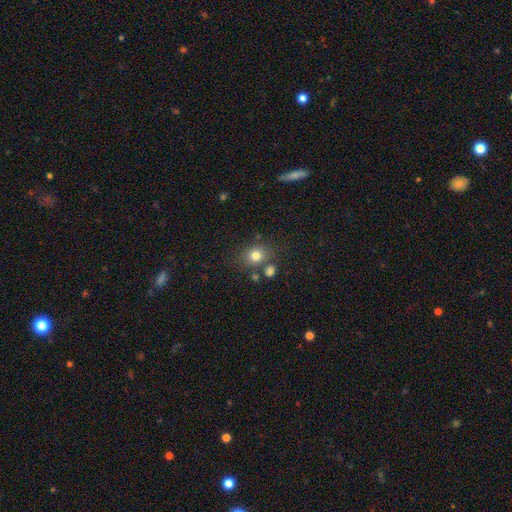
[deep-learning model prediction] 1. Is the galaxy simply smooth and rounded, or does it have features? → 78% smooth, 12% star or artifact, 9% featured or disk.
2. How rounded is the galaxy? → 62% round, 37% in between, 1% cigar-shaped.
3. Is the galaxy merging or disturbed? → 71% none, 13% minor disturbance, 12% merger, 4% major disturbance.